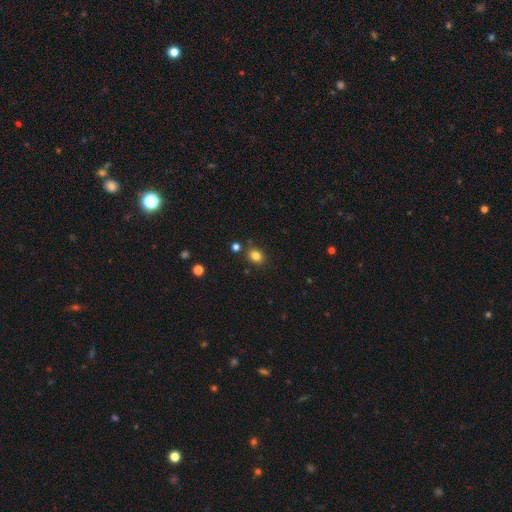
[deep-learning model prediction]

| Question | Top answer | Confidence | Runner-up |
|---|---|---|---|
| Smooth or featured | smooth | 82% | star or artifact (13%) |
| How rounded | round | 59% | in between (40%) |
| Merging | none | 81% | minor disturbance (11%) |